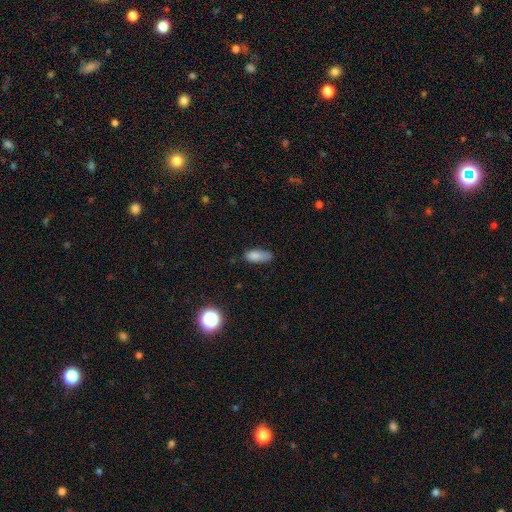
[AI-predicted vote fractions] smooth 82%, star or artifact 10%, featured or disk 8%. Down the decision tree: how rounded — in between (75%); merging — none (58%).